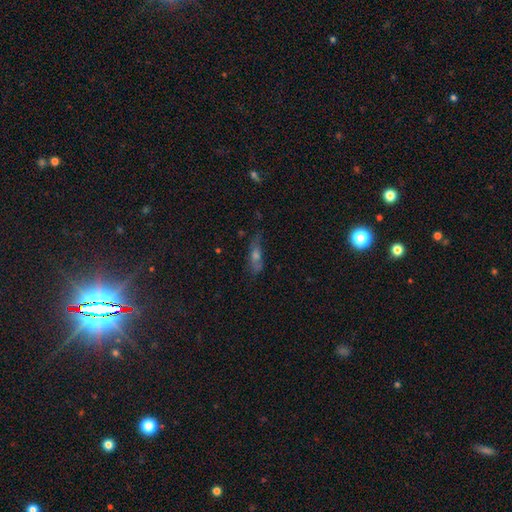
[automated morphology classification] smooth_or_featured: smooth (p=0.41) [alt: featured or disk p=0.37]
merging: none (p=0.61) [alt: minor disturbance p=0.24]